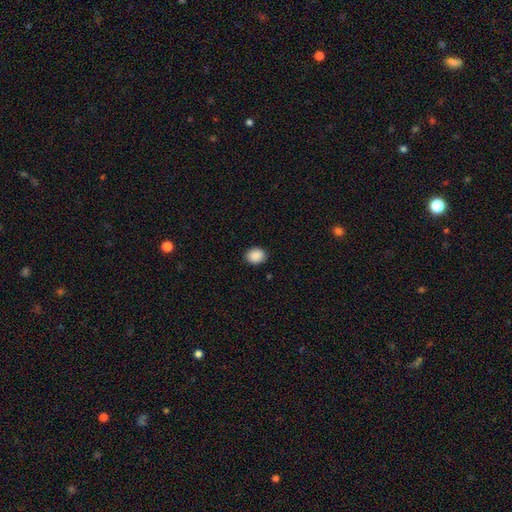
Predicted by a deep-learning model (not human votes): This appears to be a smooth galaxy with no disk features (90%) that is round (52%). Merging: none (89%).